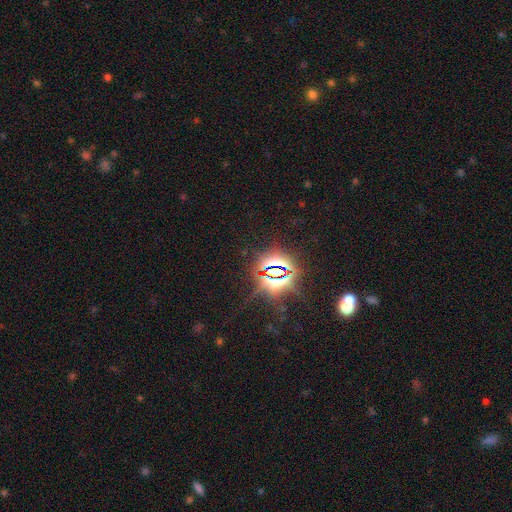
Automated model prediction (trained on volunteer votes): The model was most divided on "smooth or featured": star or artifact: 83%, smooth: 10%, featured or disk: 7%.